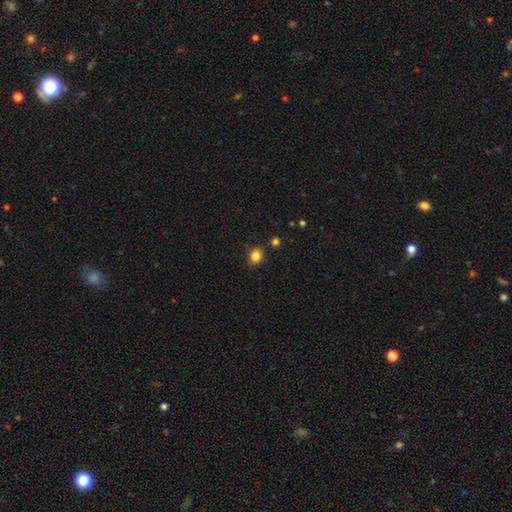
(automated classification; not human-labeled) Morphology: type=smooth (83%); roundness=round (73%); merging=none (84%).